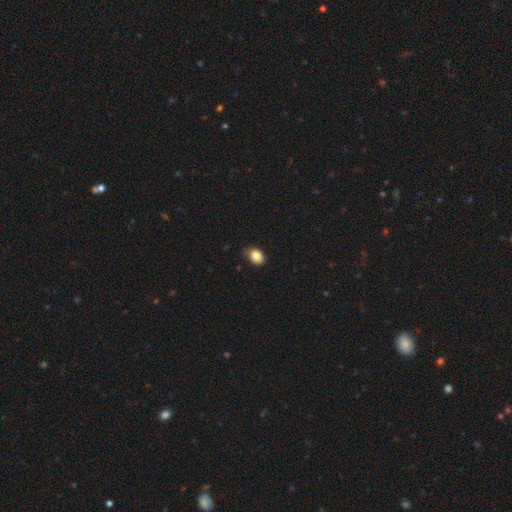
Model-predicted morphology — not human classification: This is clearly a smooth galaxy (85%). How rounded: likely in between (76%). Merging: likely none (73%).